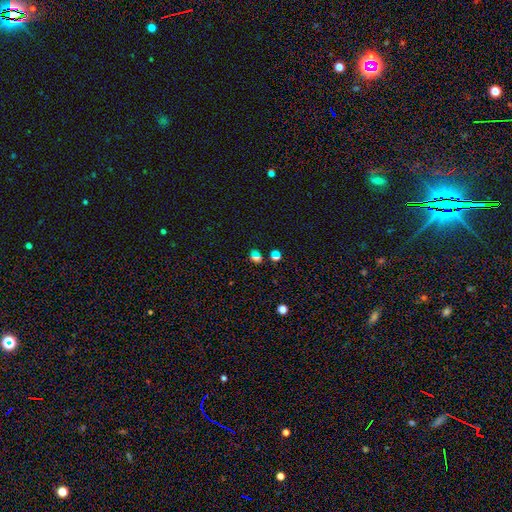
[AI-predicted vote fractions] A smooth galaxy with no disk features (64%) that is round (55%). Merging: none (69%).